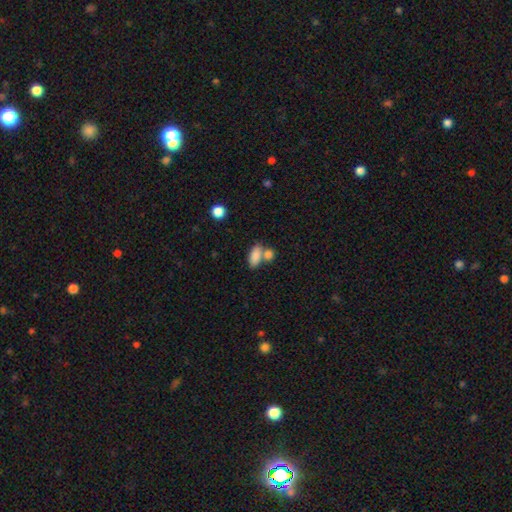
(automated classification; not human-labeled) Overall: smooth (84%). How rounded: in between (89%). Merging: merger (47%; none 39%).